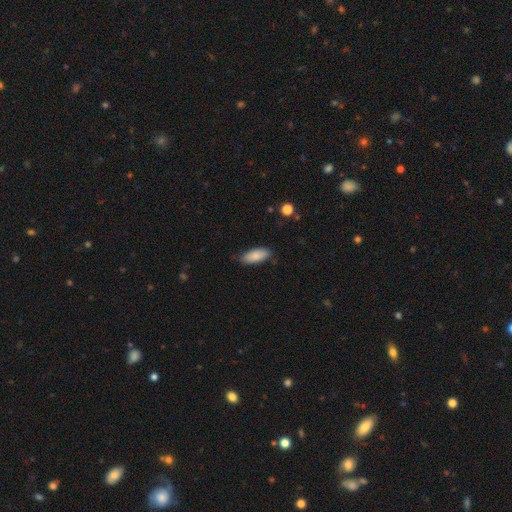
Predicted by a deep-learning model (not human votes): The model was most divided on "how rounded": in between: 80%, cigar-shaped: 18%, round: 2%. More confident: smooth or featured — smooth (87%); merging — none (81%).